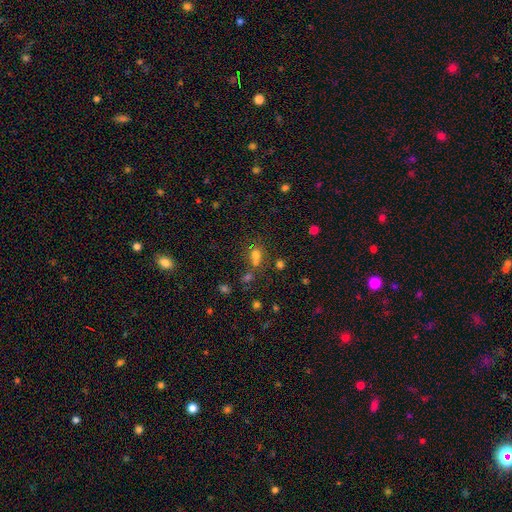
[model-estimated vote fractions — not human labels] Smooth or featured?
  - smooth: 67% *
  - star or artifact: 22%
  - featured or disk: 11%
How rounded?
  - round: 58% *
  - in between: 40%
  - cigar-shaped: 2%
Merging?
  - none: 44% *
  - merger: 37%
  - minor disturbance: 12%
  - major disturbance: 7%